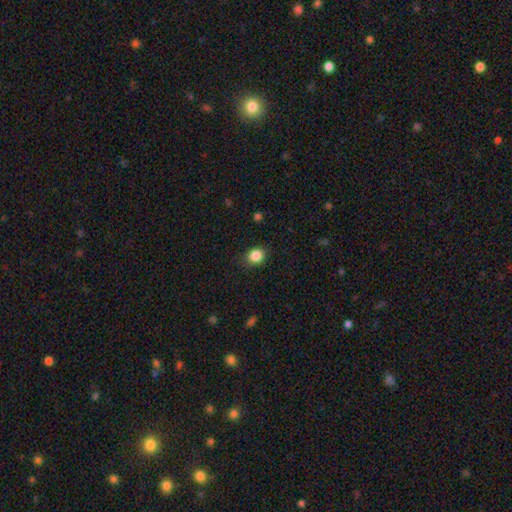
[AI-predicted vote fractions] smooth-or-featured: smooth: 86% | star or artifact: 10% | featured or disk: 4%
  how-rounded: round: 67% | in between: 32% | cigar-shaped: 1%
  merging: none: 83% | minor disturbance: 13% | major disturbance: 3% | merger: 1%